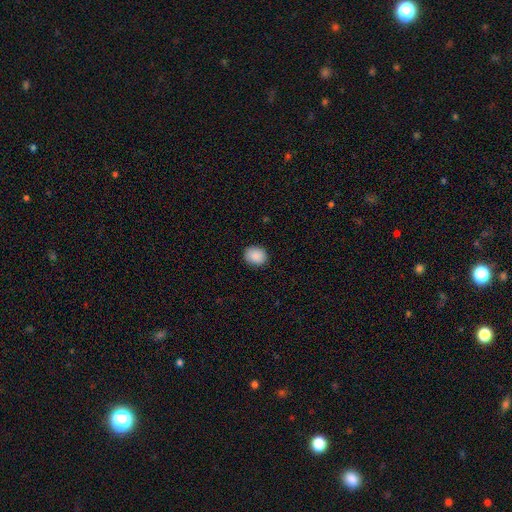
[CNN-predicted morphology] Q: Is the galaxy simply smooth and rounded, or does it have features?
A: smooth — 90%.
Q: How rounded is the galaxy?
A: round — 67%.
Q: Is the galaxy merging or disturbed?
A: none — 89%.